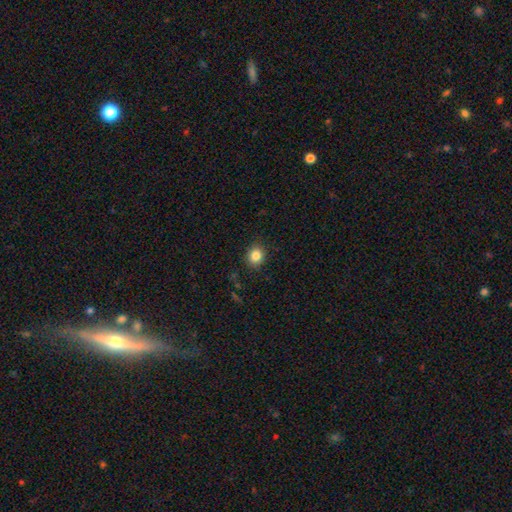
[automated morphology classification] smooth-or-featured: smooth: 85% | star or artifact: 10% | featured or disk: 5%
  how-rounded: round: 74% | in between: 25% | cigar-shaped: 1%
  merging: none: 88% | minor disturbance: 9% | major disturbance: 2% | merger: 1%